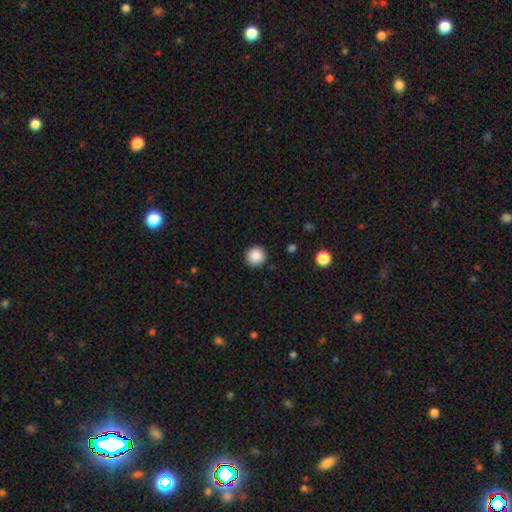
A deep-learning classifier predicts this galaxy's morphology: smooth 88%, star or artifact 9%, featured or disk 3%. Down the decision tree: how rounded — round (95%); merging — none (91%).